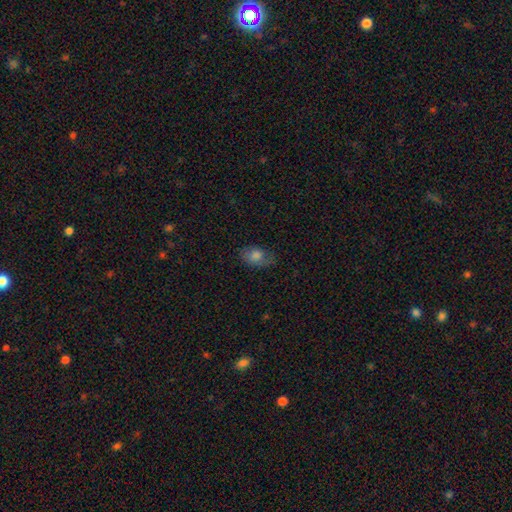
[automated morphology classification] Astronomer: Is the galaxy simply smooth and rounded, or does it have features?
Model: smooth — 74%.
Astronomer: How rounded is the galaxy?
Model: in between — 82%.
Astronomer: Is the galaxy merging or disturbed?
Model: none — 64%.